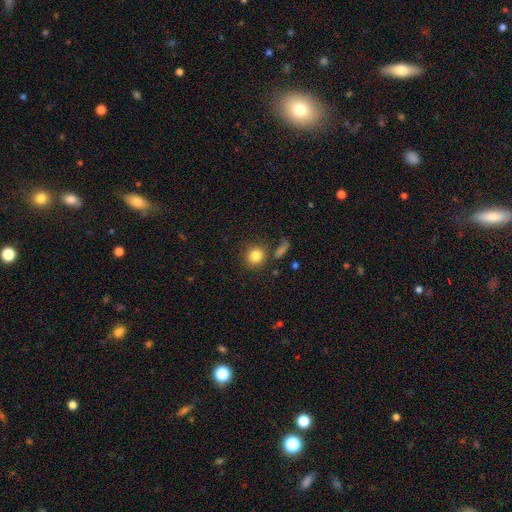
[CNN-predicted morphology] This appears to be a smooth galaxy with no disk features (83%) that is round (88%). Merging: none (78%).